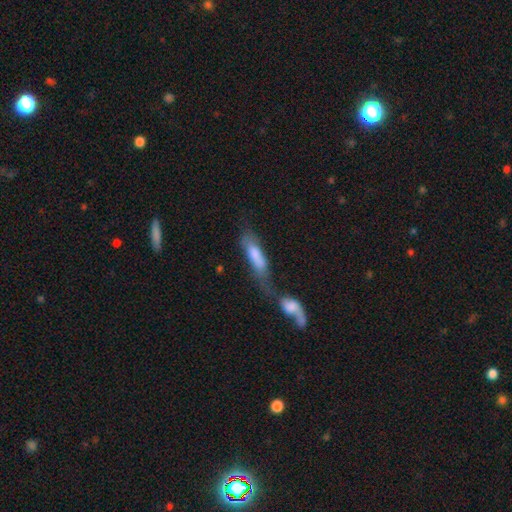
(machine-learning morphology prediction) Overall: smooth (71%). How rounded: cigar-shaped (52%; in between 45%). Merging: merger (54%; none 19%).